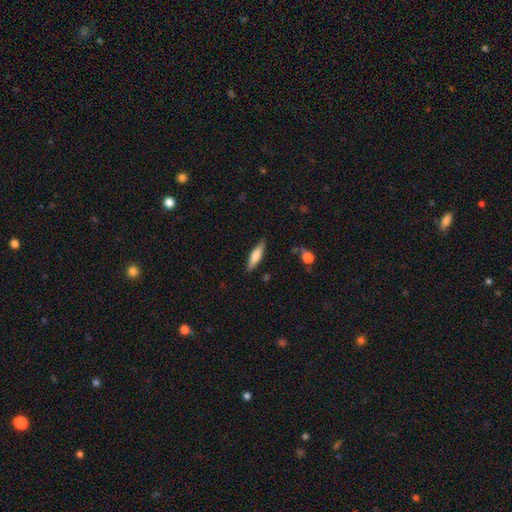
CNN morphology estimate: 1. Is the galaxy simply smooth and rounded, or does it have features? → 68% smooth, 26% featured or disk, 6% star or artifact.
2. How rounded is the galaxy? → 72% cigar-shaped, 26% in between, 2% round.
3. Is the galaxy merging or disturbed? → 86% none, 11% minor disturbance, 2% major disturbance, 2% merger.